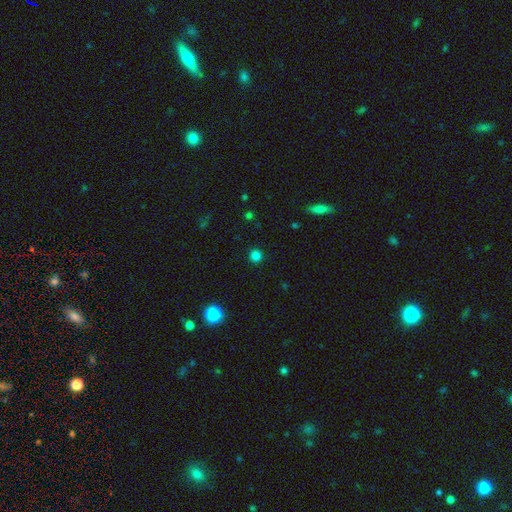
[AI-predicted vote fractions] Morphology: type=smooth (81%); roundness=round (95%); merging=none (92%).